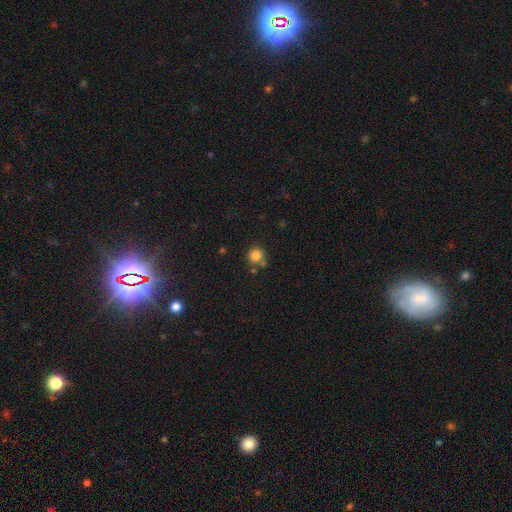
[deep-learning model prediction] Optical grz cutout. It shows a smooth galaxy with no disk features (82%) that is round (92%). Merging: none (71%).